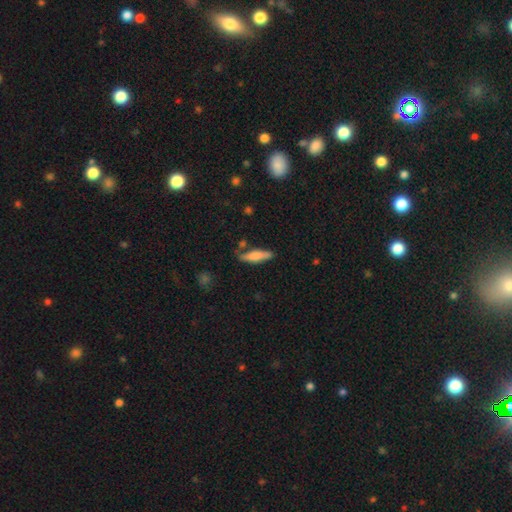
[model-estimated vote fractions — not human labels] Smooth or featured: smooth — 68% (featured or disk — 26%)
How rounded: cigar-shaped — 68% (in between — 30%)
Merging: none — 73% (minor disturbance — 17%)